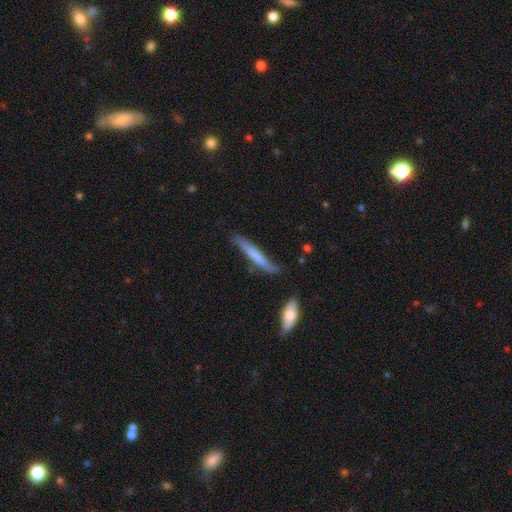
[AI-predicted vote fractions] Morphology: type=smooth (64%); roundness=cigar-shaped (94%); merging=none (74%).